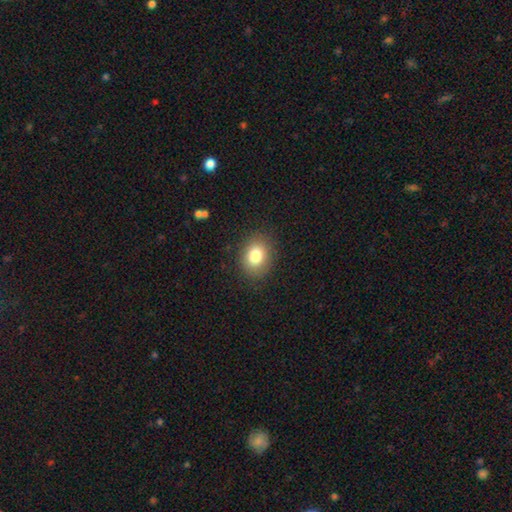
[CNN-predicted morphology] The model was most divided on "how rounded": in between: 57%, round: 42%, cigar-shaped: 1%. More confident: merging — none (86%); smooth or featured — smooth (82%).